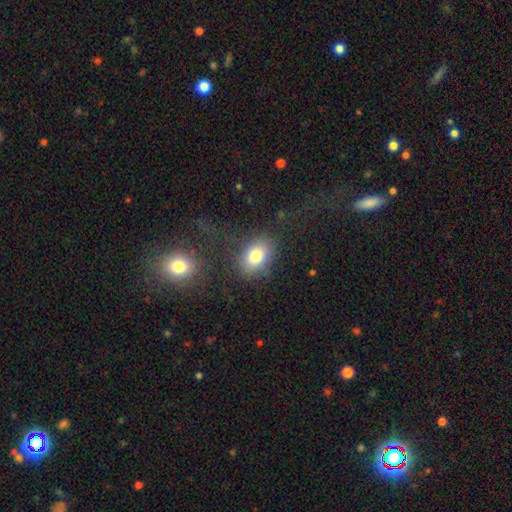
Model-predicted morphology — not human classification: smooth 79%, featured or disk 11%, star or artifact 10%. Down the decision tree: how rounded — in between (75%); merging — none (75%).